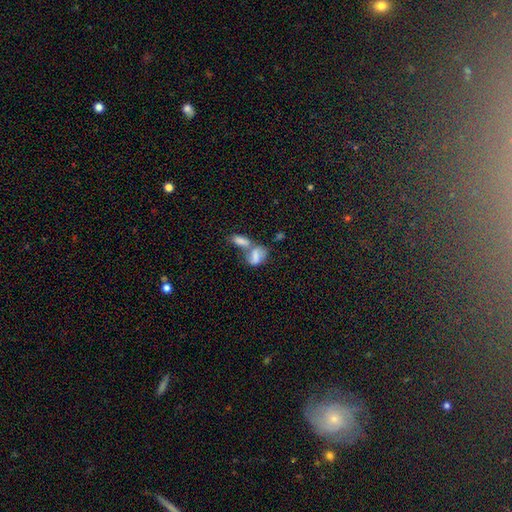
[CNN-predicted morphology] This appears to be a smooth galaxy with no disk features (70%) that is in between round and cigar-shaped (86%). Merging: merger (67%).